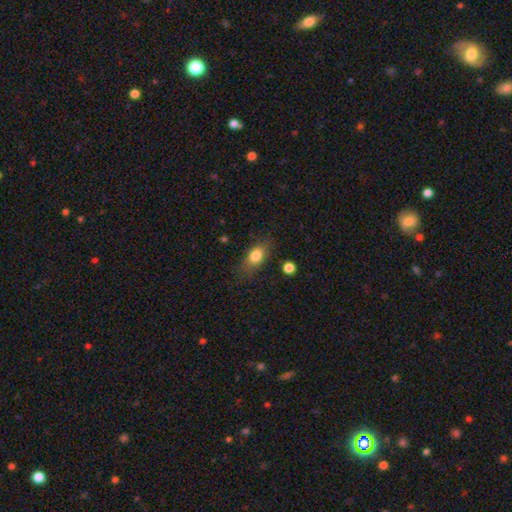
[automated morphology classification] type=smooth (80%); roundness=in between (78%); merging=none (73%).